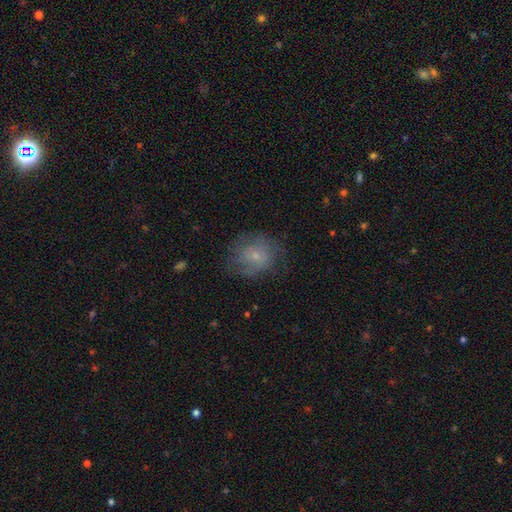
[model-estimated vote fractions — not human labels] Smooth or featured?
  - smooth: 53% *
  - featured or disk: 36%
  - star or artifact: 11%
How rounded?
  - round: 73% *
  - in between: 26%
  - cigar-shaped: 1%
Merging?
  - none: 64% *
  - minor disturbance: 21%
  - major disturbance: 13%
  - merger: 1%